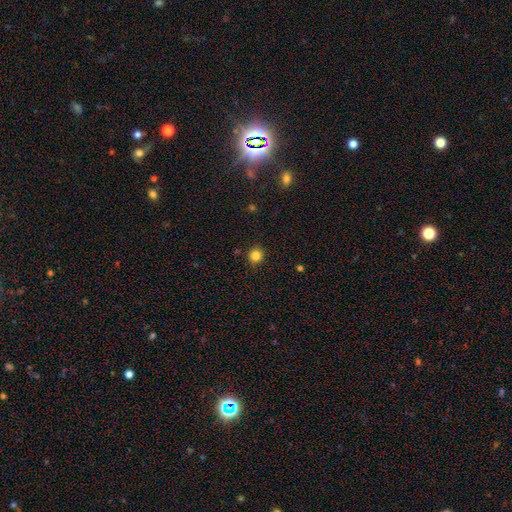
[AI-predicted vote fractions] Smooth or featured? smooth (83%)
How rounded? round (92%)
Merging? none (91%)